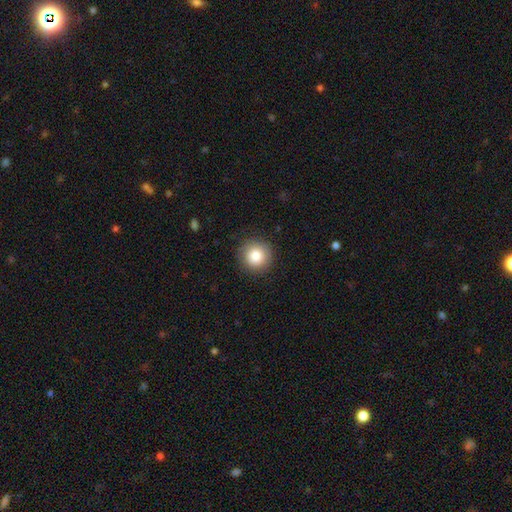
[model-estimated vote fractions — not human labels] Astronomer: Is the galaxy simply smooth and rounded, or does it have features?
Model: smooth — 83%.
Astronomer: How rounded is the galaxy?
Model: round — 94%.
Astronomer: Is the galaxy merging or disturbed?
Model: none — 89%.